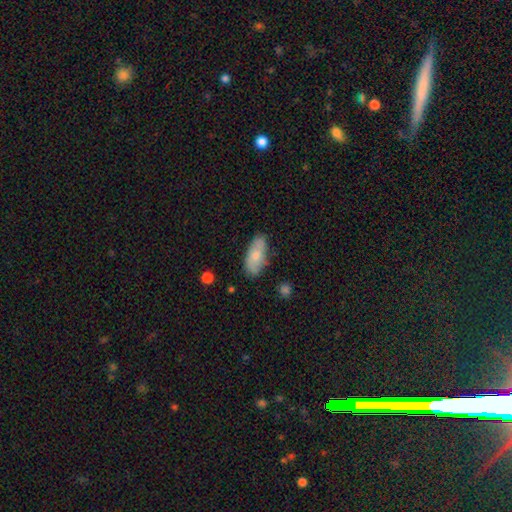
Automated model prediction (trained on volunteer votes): Smooth or featured: smooth — 73% (featured or disk — 20%)
How rounded: in between — 86% (cigar-shaped — 12%)
Merging: none — 74% (minor disturbance — 19%)